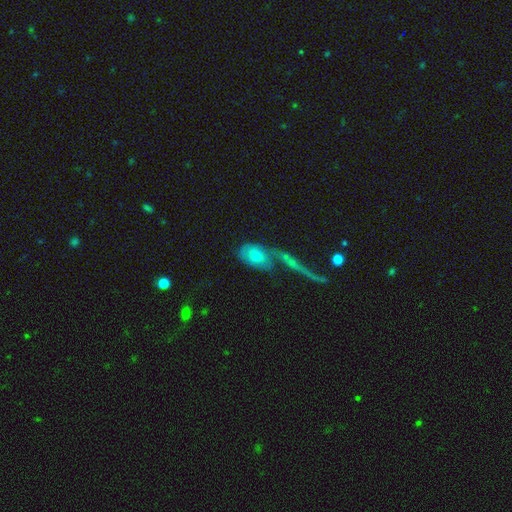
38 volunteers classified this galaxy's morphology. A smooth galaxy with no disk features (71%) that is in between round and cigar-shaped (85%). Merging: merger (56%).